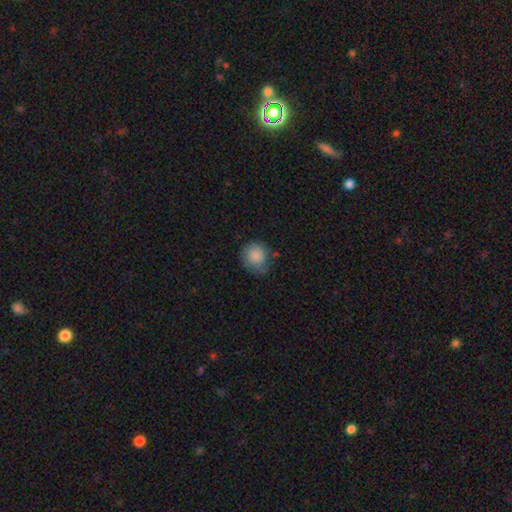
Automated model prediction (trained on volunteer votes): Q: Smooth or featured?
A: smooth (86%); runner-up: star or artifact (8%)
Q: How rounded?
A: round (88%); runner-up: in between (11%)
Q: Merging?
A: none (68%); runner-up: minor disturbance (24%)